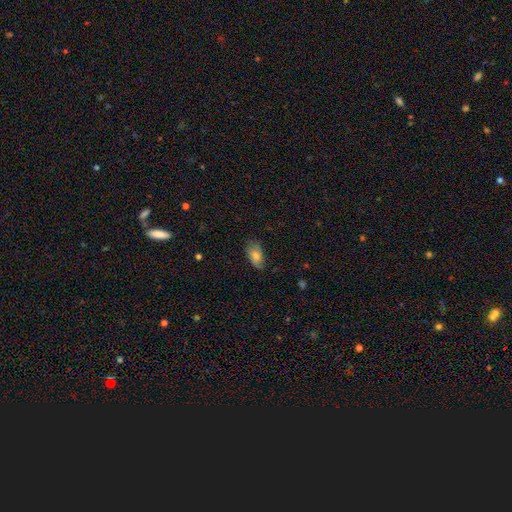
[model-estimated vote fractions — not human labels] Smooth or featured: smooth — 71% (featured or disk — 21%)
How rounded: in between — 90% (round — 6%)
Merging: none — 69% (minor disturbance — 24%)